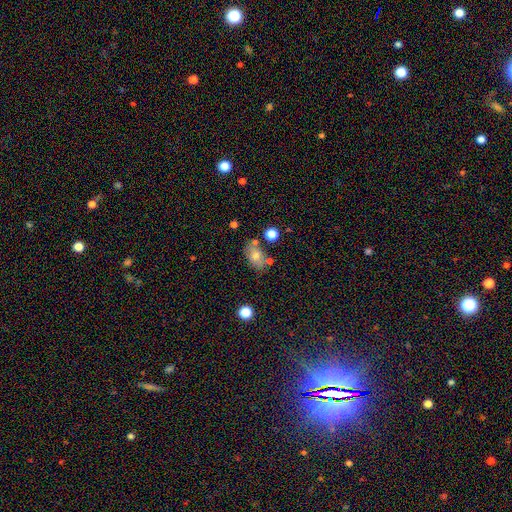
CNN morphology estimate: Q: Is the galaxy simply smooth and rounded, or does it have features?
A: smooth — 69%.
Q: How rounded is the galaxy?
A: in between — 82%.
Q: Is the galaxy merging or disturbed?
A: none — 65%.